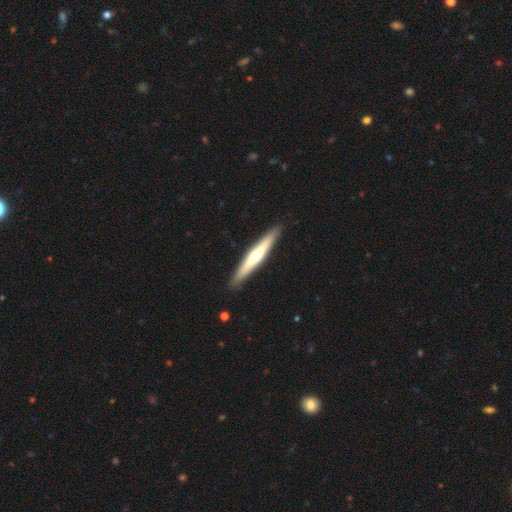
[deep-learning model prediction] A featured or disk galaxy (53%) viewed edge-on (95%) with a rounded central bulge (77%). Merging: none (91%).